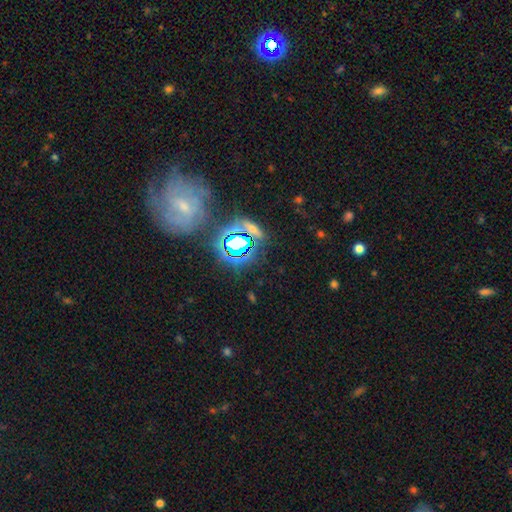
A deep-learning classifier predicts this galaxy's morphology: A star or artifact, not a galaxy (53%).

Vote fractions:
- Smooth or featured? star or artifact: 53% / featured or disk: 26% / smooth: 20%